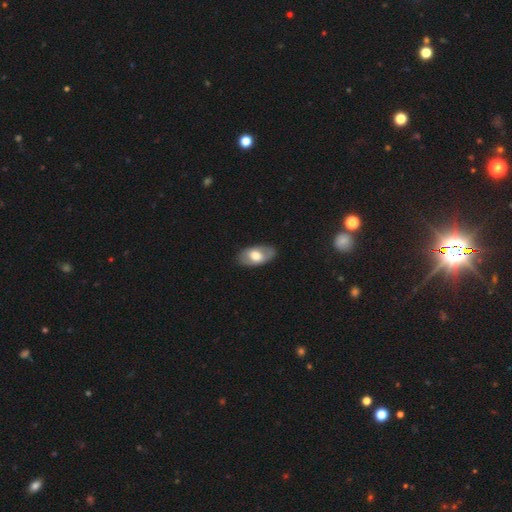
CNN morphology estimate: Smooth or featured?
  - smooth: 59% *
  - featured or disk: 35%
  - star or artifact: 6%
How rounded?
  - in between: 93% *
  - round: 5%
  - cigar-shaped: 2%
Merging?
  - none: 84% *
  - minor disturbance: 12%
  - major disturbance: 3%
  - merger: 1%